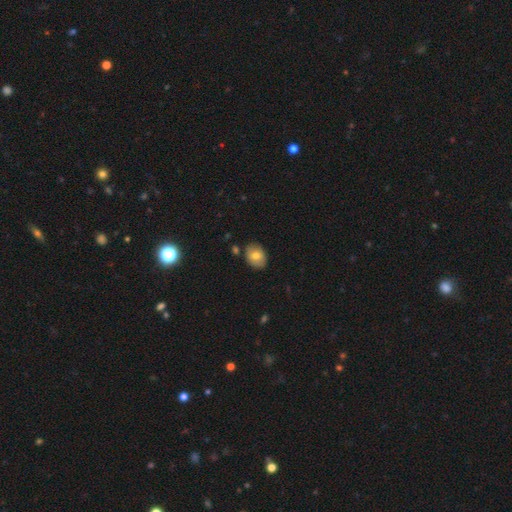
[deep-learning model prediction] smooth-or-featured: smooth: 73% | featured or disk: 19% | star or artifact: 8%
  how-rounded: in between: 69% | round: 30% | cigar-shaped: 1%
  merging: none: 83% | minor disturbance: 12% | merger: 3% | major disturbance: 2%